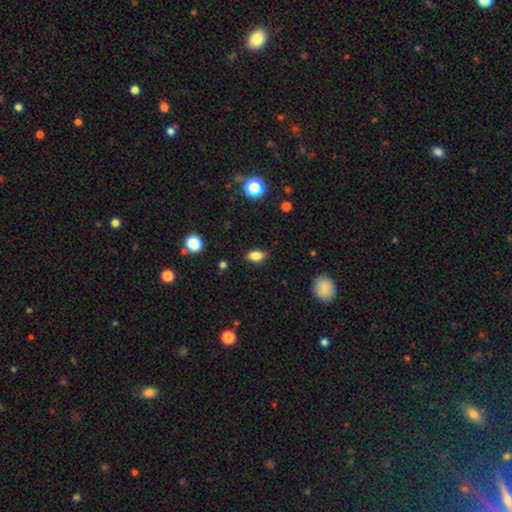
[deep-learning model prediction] Smooth or featured? Predicted: smooth (p=0.80). How rounded? Predicted: in between (p=0.85). Merging? Predicted: none (p=0.85).